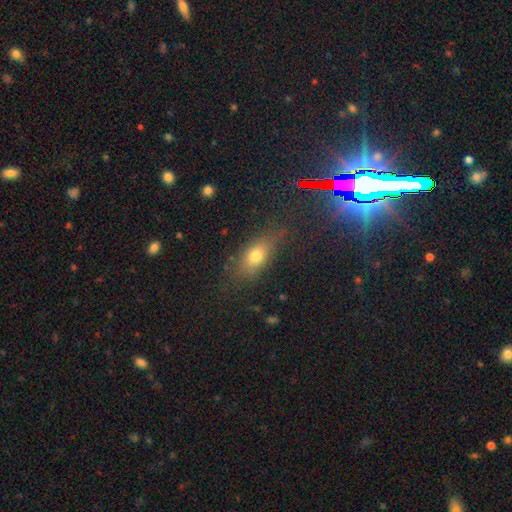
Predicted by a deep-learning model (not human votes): Smooth or featured? Predicted: smooth (p=0.65). How rounded? Predicted: in between (p=0.73). Merging? Predicted: none (p=0.72).